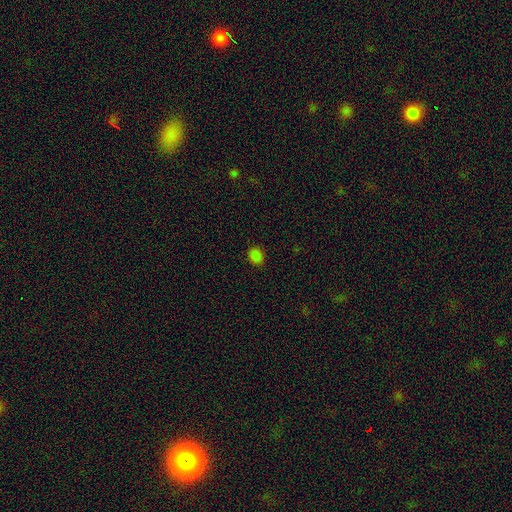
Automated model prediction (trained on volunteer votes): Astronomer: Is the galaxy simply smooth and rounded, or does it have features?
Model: smooth — 83%.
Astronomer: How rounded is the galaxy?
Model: round — 58% (runner-up: in between, 41%).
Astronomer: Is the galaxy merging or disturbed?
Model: none — 88%.